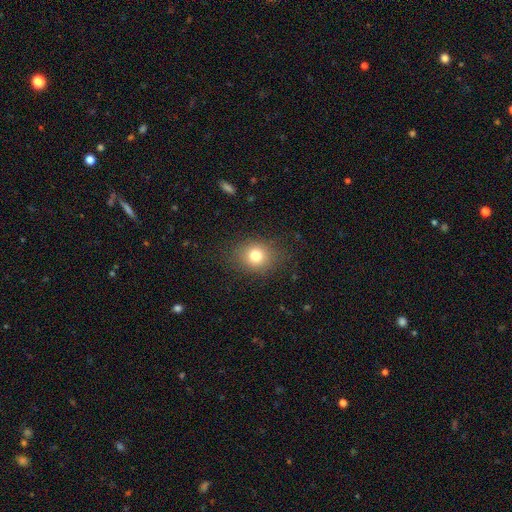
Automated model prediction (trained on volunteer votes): Smooth or featured: smooth — 78% (star or artifact — 12%)
How rounded: round — 68% (in between — 31%)
Merging: none — 84% (minor disturbance — 11%)